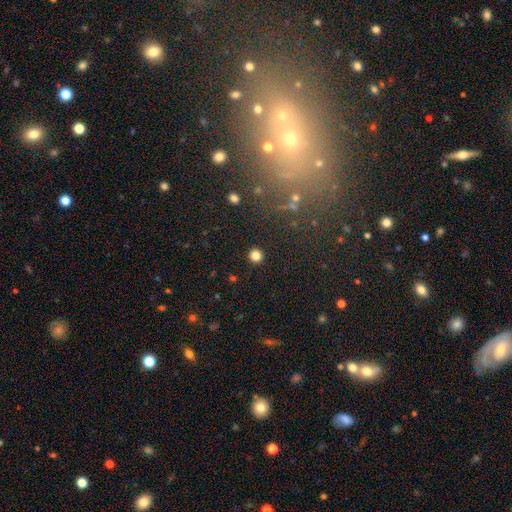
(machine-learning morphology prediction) Q: Smooth or featured?
A: smooth (82%); runner-up: star or artifact (13%)
Q: How rounded?
A: round (94%); runner-up: in between (5%)
Q: Merging?
A: none (92%); runner-up: minor disturbance (5%)